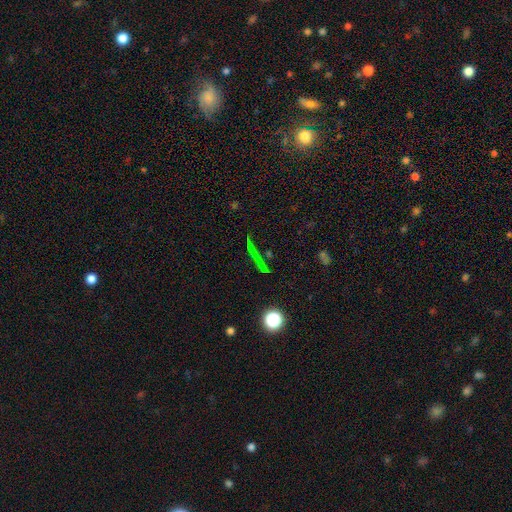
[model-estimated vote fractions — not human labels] Smooth or featured? star or artifact (48%)